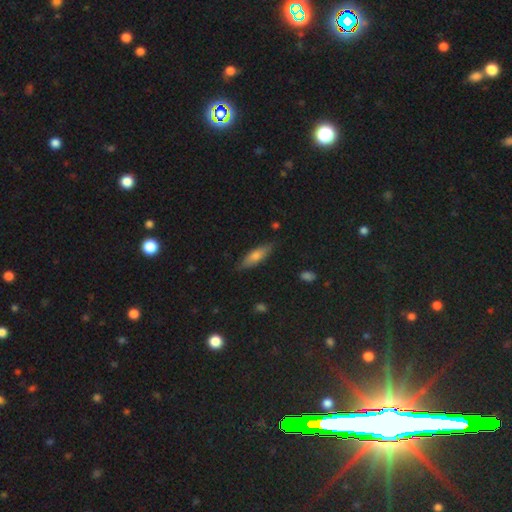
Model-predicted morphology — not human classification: Smooth or featured?
  - smooth: 63% *
  - featured or disk: 29%
  - star or artifact: 8%
How rounded?
  - cigar-shaped: 51% *
  - in between: 47%
  - round: 2%
Merging?
  - none: 80% *
  - minor disturbance: 16%
  - major disturbance: 3%
  - merger: 1%